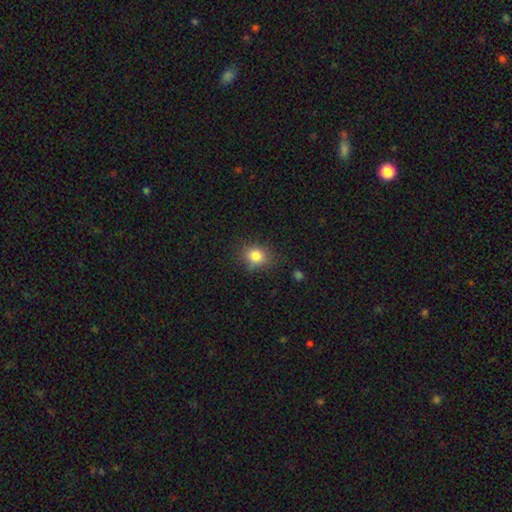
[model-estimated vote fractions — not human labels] A smooth galaxy with no disk features (82%) that is round (63%). Merging: none (77%).